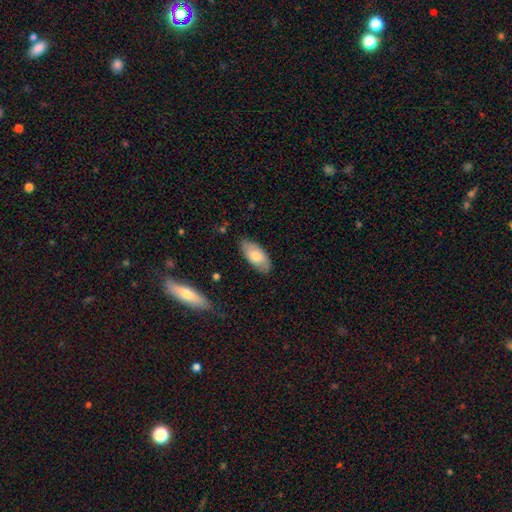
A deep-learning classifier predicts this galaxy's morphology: smooth-or-featured: smooth: 73% | featured or disk: 21% | star or artifact: 6%
  how-rounded: in between: 91% | cigar-shaped: 7% | round: 2%
  merging: none: 82% | minor disturbance: 14% | major disturbance: 3% | merger: 1%